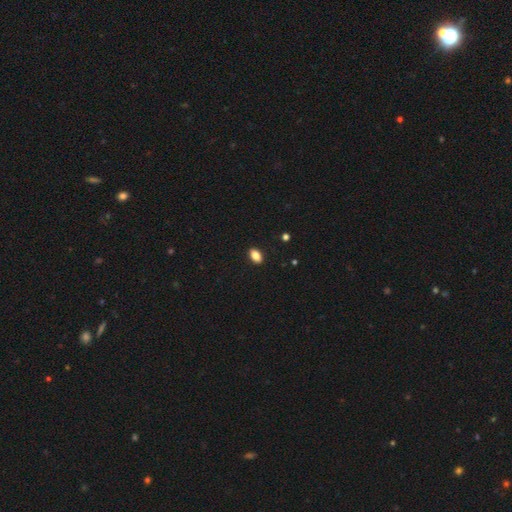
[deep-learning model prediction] Smooth or featured?
  - smooth: 86% *
  - star or artifact: 9%
  - featured or disk: 5%
How rounded?
  - in between: 89% *
  - round: 8%
  - cigar-shaped: 3%
Merging?
  - none: 90% *
  - minor disturbance: 7%
  - major disturbance: 2%
  - merger: 1%